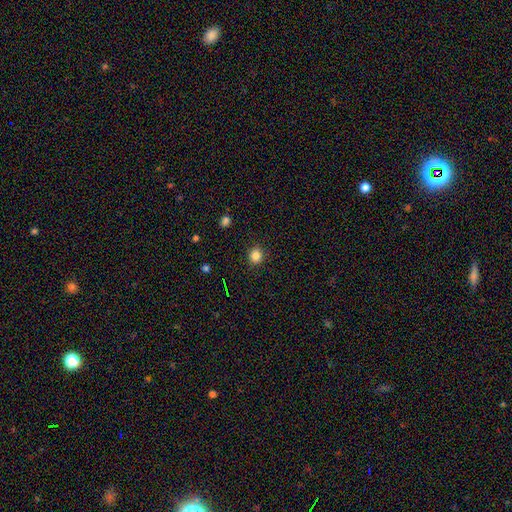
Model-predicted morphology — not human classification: smooth 83%, star or artifact 12%, featured or disk 4%. Down the decision tree: how rounded — round (86%); merging — none (90%).